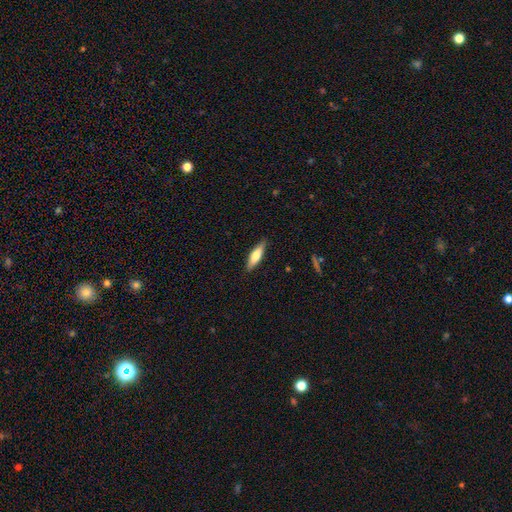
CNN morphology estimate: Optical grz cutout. It shows a smooth galaxy with no disk features (60%) that is cigar-shaped (64%). Merging: none (88%).